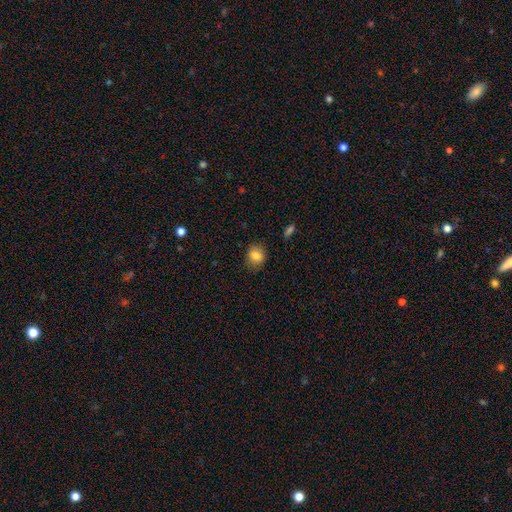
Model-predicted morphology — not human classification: smooth_or_featured: smooth (p=0.82) [alt: star or artifact p=0.10]
how_rounded: round (p=0.66) [alt: in between p=0.33]
merging: none (p=0.81) [alt: minor disturbance p=0.14]